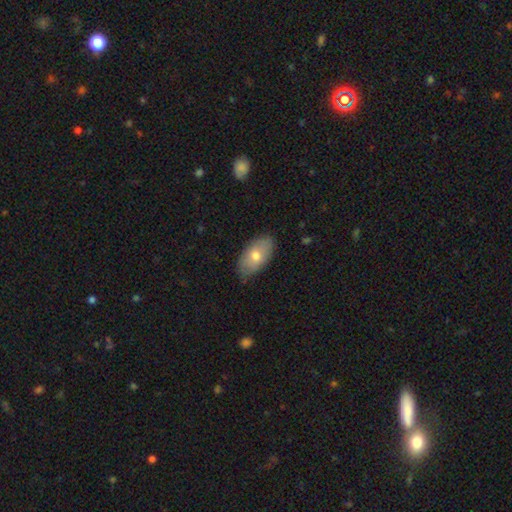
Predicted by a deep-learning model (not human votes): Smooth or featured: smooth — 72% (featured or disk — 22%)
How rounded: in between — 93% (round — 4%)
Merging: none — 81% (minor disturbance — 16%)